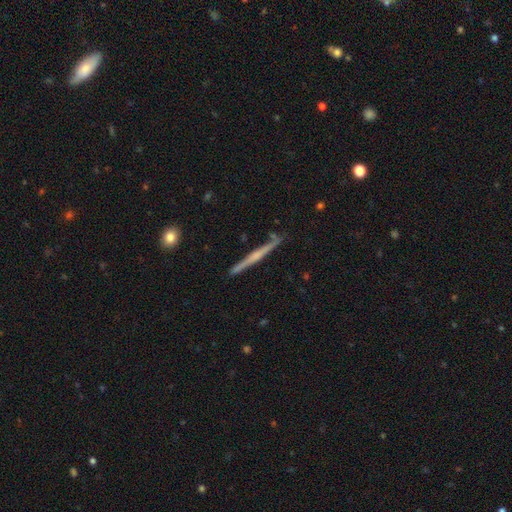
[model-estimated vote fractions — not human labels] The model was most divided on "edge-on bulge": rounded: 45%, none: 42%, boxy: 13%. More confident: edge-on disk — yes (98%); merging — none (88%); smooth or featured — featured or disk (70%).